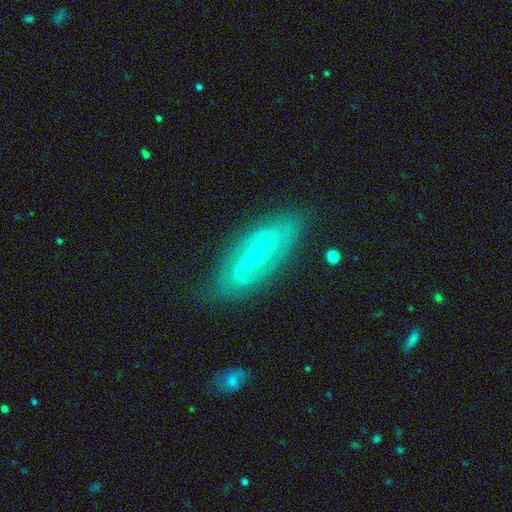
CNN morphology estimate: featured or disk 81%, smooth 13%, star or artifact 7%. Down the decision tree: edge-on disk — no (87%); bar — weak (38%); spiral arms — yes (87%); spiral arm count — 2 (74%); spiral winding — medium (40%); bulge size — small (72%); merging — none (79%).